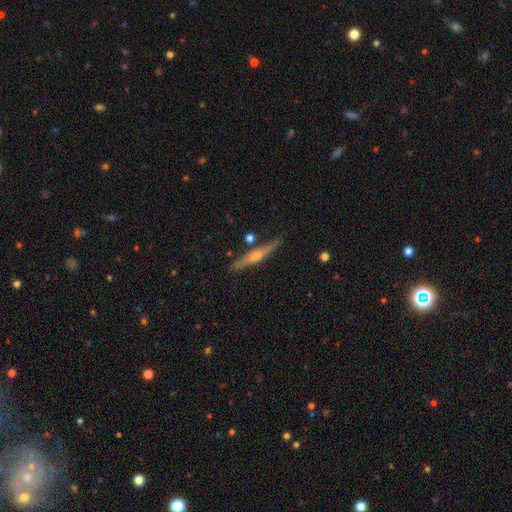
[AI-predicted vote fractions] Smooth or featured?
  - featured or disk: 72% *
  - smooth: 22%
  - star or artifact: 6%
Edge-on disk?
  - yes: 97% *
  - no: 3%
Edge-on bulge?
  - rounded: 87% *
  - none: 9%
  - boxy: 5%
Merging?
  - none: 86% *
  - minor disturbance: 9%
  - merger: 3%
  - major disturbance: 2%